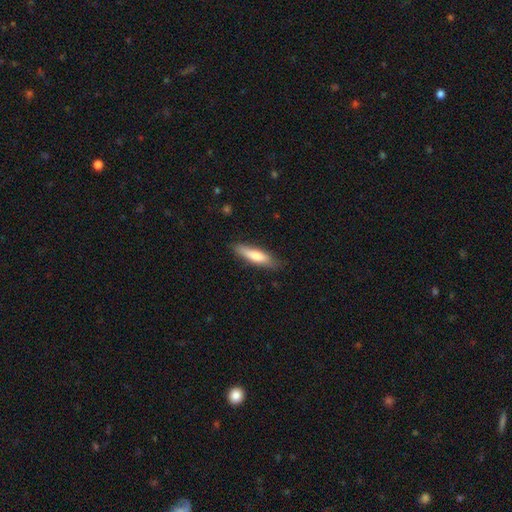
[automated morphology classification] Smooth or featured? smooth (71%)
How rounded? cigar-shaped (72%)
Merging? none (82%)